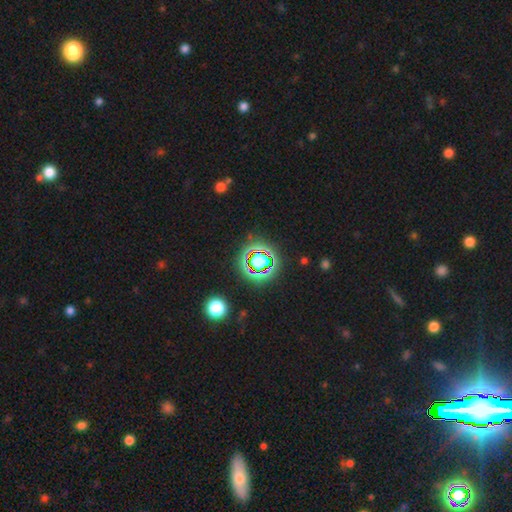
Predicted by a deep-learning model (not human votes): This is likely a star or artifact rather than a galaxy (78%).